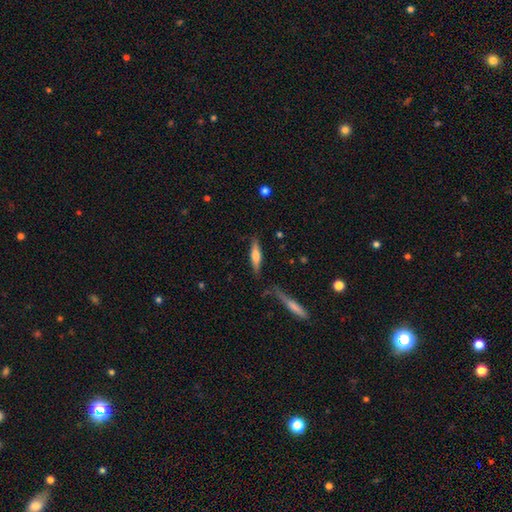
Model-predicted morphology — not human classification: The model was most divided on "smooth or featured": smooth: 52%, featured or disk: 42%, star or artifact: 6%. More confident: merging — none (80%); how rounded — cigar-shaped (73%).